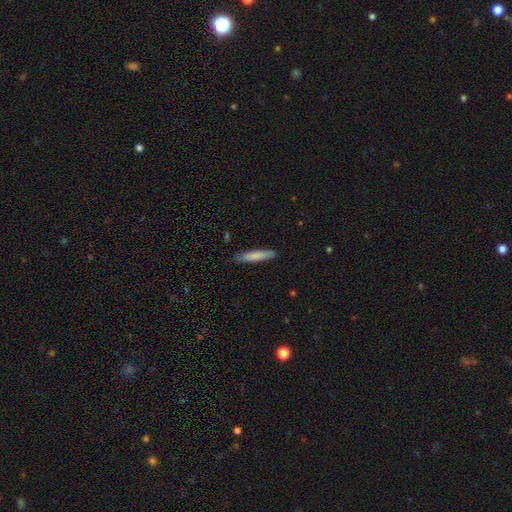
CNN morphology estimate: Smooth or featured: smooth — 78% (featured or disk — 17%)
How rounded: cigar-shaped — 91% (in between — 8%)
Merging: none — 88% (minor disturbance — 9%)